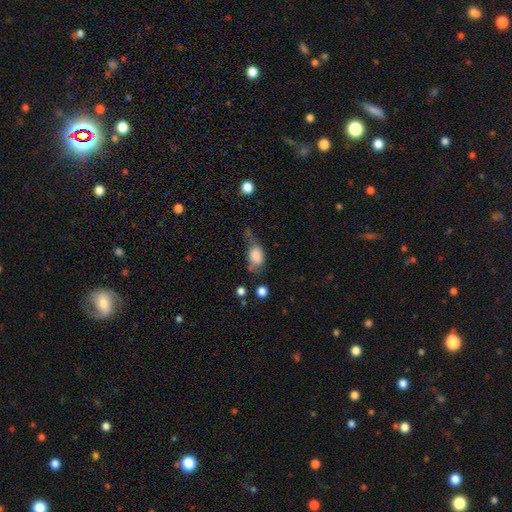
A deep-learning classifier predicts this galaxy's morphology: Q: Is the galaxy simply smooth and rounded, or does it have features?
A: smooth — 79%.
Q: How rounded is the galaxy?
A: in between — 80%.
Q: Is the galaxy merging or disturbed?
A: none — 33%.